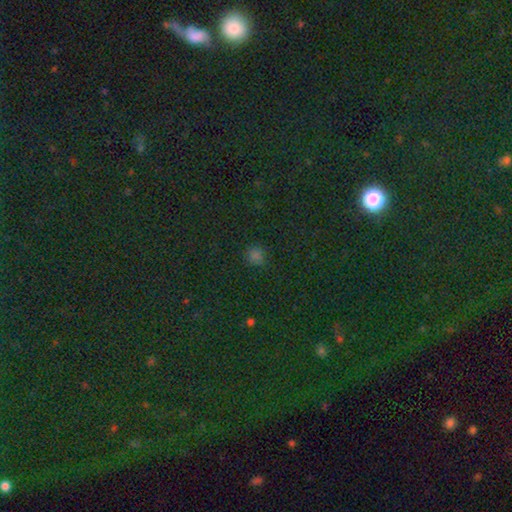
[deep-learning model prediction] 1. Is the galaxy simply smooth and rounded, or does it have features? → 62% star or artifact, 31% smooth, 7% featured or disk.